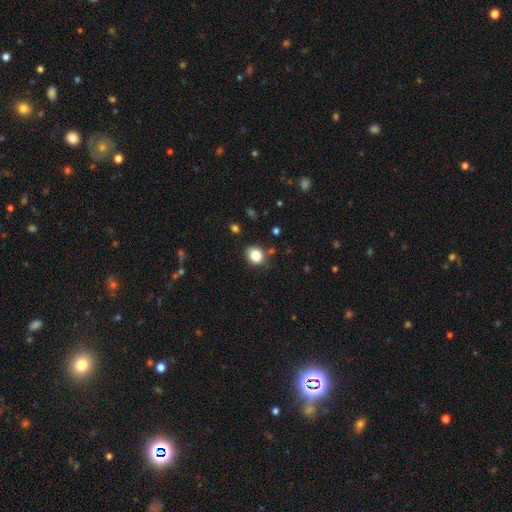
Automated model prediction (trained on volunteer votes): A smooth galaxy with no disk features (84%) that is round (60%).

Vote fractions:
- Smooth or featured? smooth: 84% / star or artifact: 10% / featured or disk: 6%
- How rounded? round: 60% / in between: 39% / cigar-shaped: 1%
- Merging? none: 82% / minor disturbance: 12% / merger: 3% / major disturbance: 3%